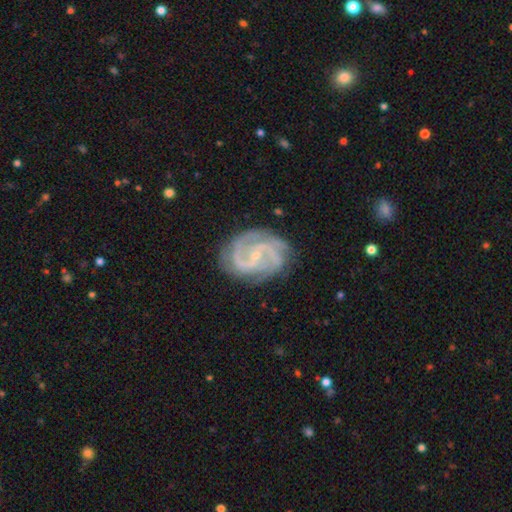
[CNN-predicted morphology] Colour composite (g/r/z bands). It shows a featured or disk galaxy (90%) with a weak bar (43%), 2 (42%) medium (48%) spiral arms (98%) and a small central bulge (80%). Merging: none (78%).